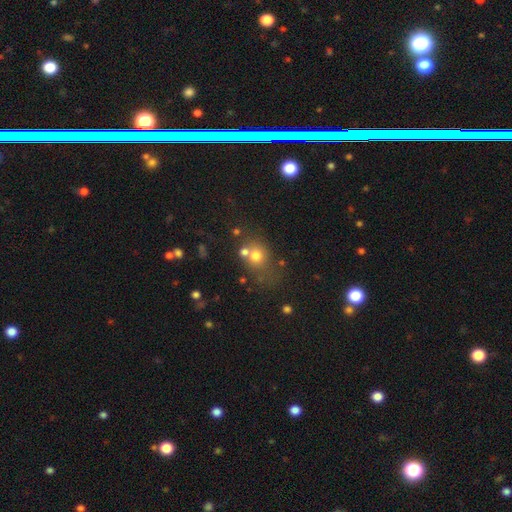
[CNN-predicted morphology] smooth 69%, star or artifact 16%, featured or disk 15%. Down the decision tree: how rounded — round (64%); merging — none (49%).